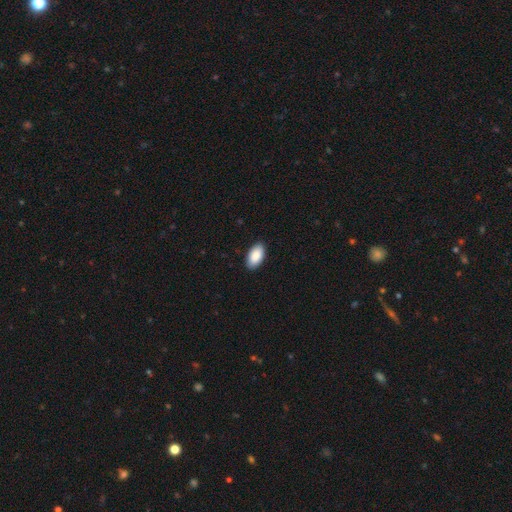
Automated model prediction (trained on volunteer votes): smooth-or-featured: smooth: 89% | star or artifact: 6% | featured or disk: 5%
  how-rounded: in between: 96% | round: 2% | cigar-shaped: 2%
  merging: none: 89% | minor disturbance: 8% | major disturbance: 2% | merger: 1%